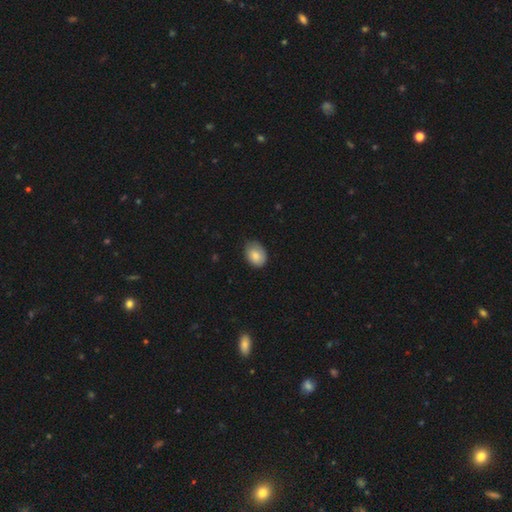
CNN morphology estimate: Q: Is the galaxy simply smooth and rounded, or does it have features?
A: smooth — 84%.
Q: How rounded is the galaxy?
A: in between — 71%.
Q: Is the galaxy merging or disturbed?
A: none — 67%.